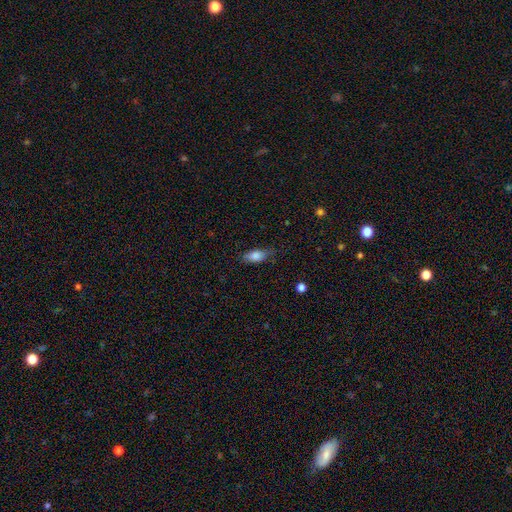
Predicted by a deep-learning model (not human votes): Smooth or featured?
  - smooth: 81% *
  - featured or disk: 12%
  - star or artifact: 8%
How rounded?
  - in between: 83% *
  - cigar-shaped: 13%
  - round: 4%
Merging?
  - none: 68% *
  - minor disturbance: 25%
  - major disturbance: 6%
  - merger: 1%